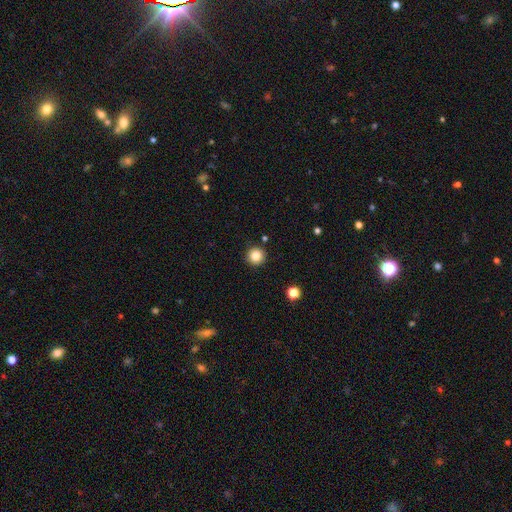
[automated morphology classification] Smooth or featured: smooth — 84% (star or artifact — 11%)
How rounded: round — 96% (in between — 3%)
Merging: none — 92% (minor disturbance — 5%)